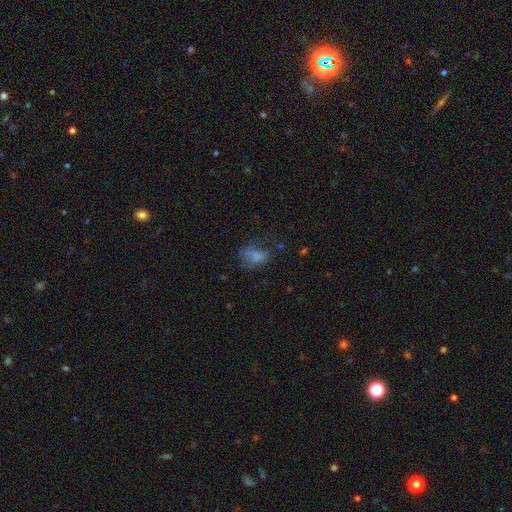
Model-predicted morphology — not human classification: Q: Smooth or featured?
A: smooth (64%); runner-up: featured or disk (21%)
Q: How rounded?
A: in between (79%); runner-up: round (19%)
Q: Merging?
A: none (40%); runner-up: major disturbance (31%)